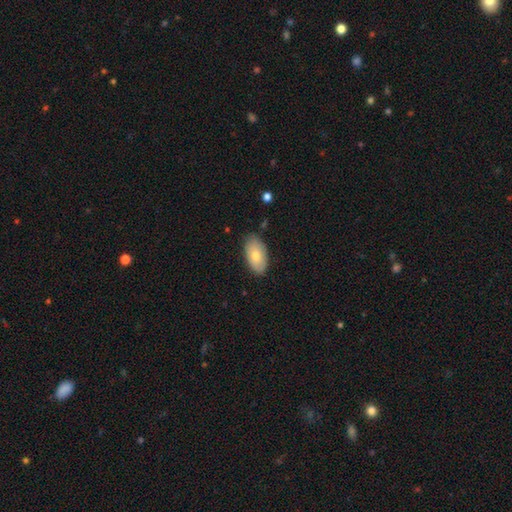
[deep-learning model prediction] A smooth galaxy with no disk features (77%) that is in between round and cigar-shaped (94%).

Vote fractions:
- Smooth or featured? smooth: 77% / featured or disk: 17% / star or artifact: 6%
- How rounded? in between: 94% / round: 4% / cigar-shaped: 2%
- Merging? none: 82% / minor disturbance: 14% / major disturbance: 2% / merger: 1%